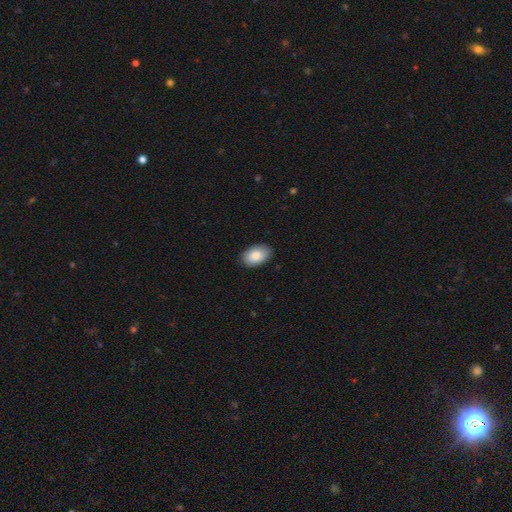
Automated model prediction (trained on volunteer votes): The model was most divided on "merging": none: 88%, minor disturbance: 9%, major disturbance: 2%, merger: 1%. More confident: how rounded — in between (92%); smooth or featured — smooth (87%).